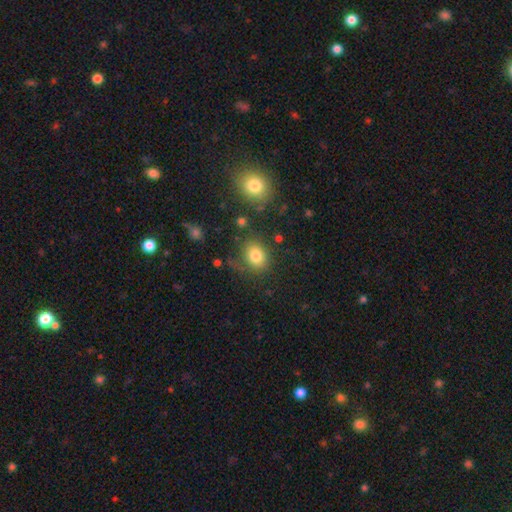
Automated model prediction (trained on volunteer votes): smooth 80%, star or artifact 11%, featured or disk 9%. Down the decision tree: how rounded — in between (58%); merging — none (69%).